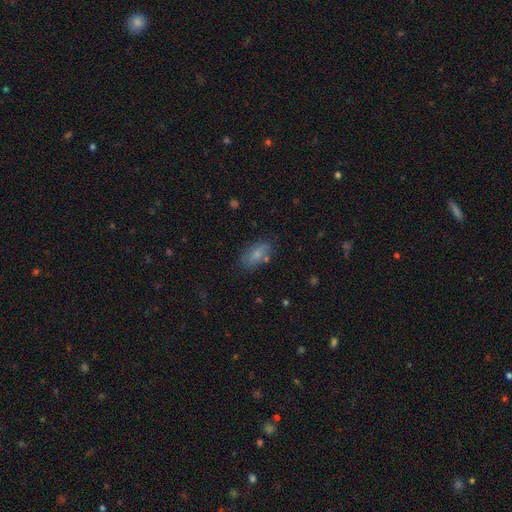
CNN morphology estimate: A smooth galaxy with no disk features (75%) that is in between round and cigar-shaped (88%).

Vote fractions:
- Smooth or featured? smooth: 75% / featured or disk: 16% / star or artifact: 9%
- How rounded? in between: 88% / cigar-shaped: 8% / round: 4%
- Merging? none: 75% / minor disturbance: 16% / major disturbance: 4% / merger: 4%